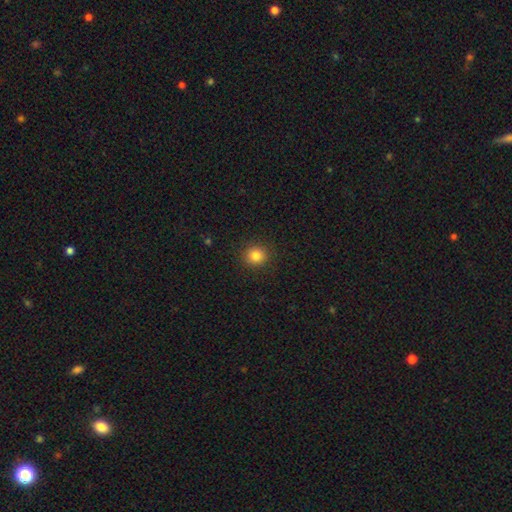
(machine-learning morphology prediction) Smooth or featured? Predicted: smooth (p=0.84). How rounded? Predicted: round (p=0.89). Merging? Predicted: none (p=0.91).